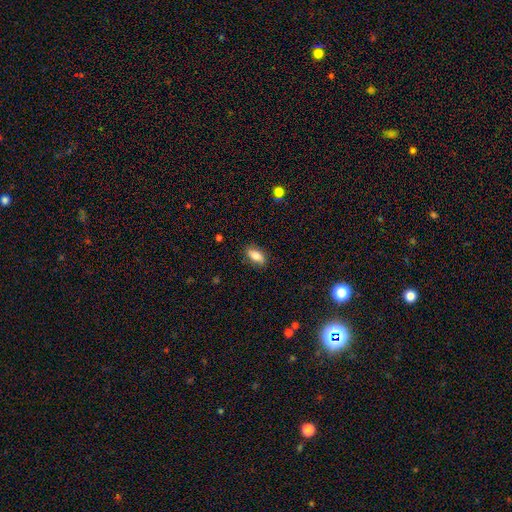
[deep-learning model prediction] Smooth or featured? Predicted: smooth (p=0.76). How rounded? Predicted: in between (p=0.82). Merging? Predicted: none (p=0.85).